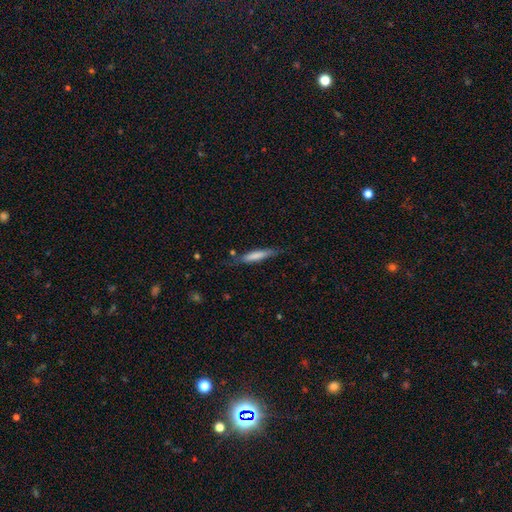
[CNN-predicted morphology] smooth_or_featured: smooth (p=0.72) [alt: featured or disk p=0.23]
how_rounded: cigar-shaped (p=0.90) [alt: in between p=0.08]
merging: none (p=0.74) [alt: minor disturbance p=0.19]